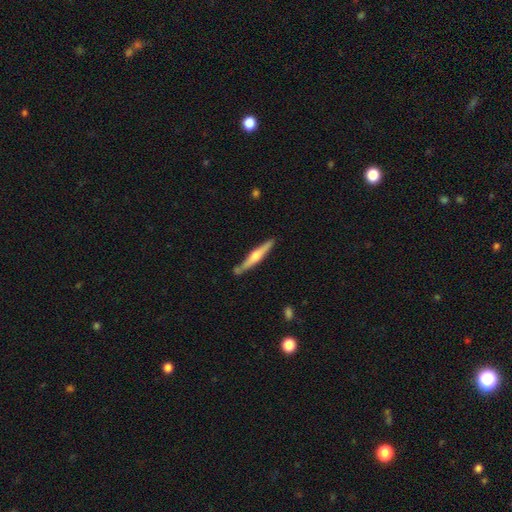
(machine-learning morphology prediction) A featured or disk galaxy (59%) viewed edge-on (96%) with a rounded central bulge (82%).

Vote fractions:
- Smooth or featured? featured or disk: 59% / smooth: 36% / star or artifact: 5%
- Edge-on disk? yes: 96% / no: 4%
- Edge-on bulge? rounded: 82% / none: 10% / boxy: 8%
- Merging? none: 78% / minor disturbance: 13% / merger: 6% / major disturbance: 3%